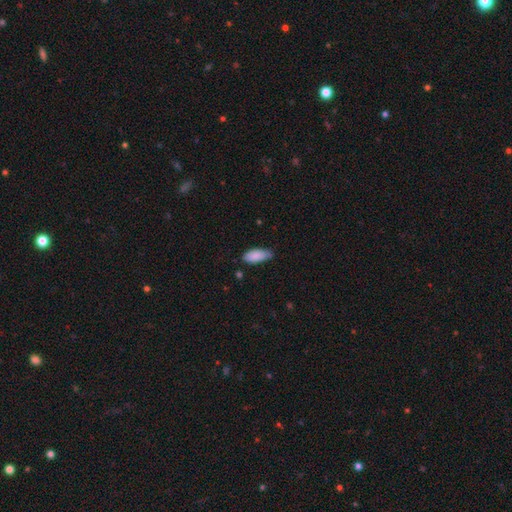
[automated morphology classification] Smooth or featured? smooth (88%)
How rounded? in between (86%)
Merging? none (68%)